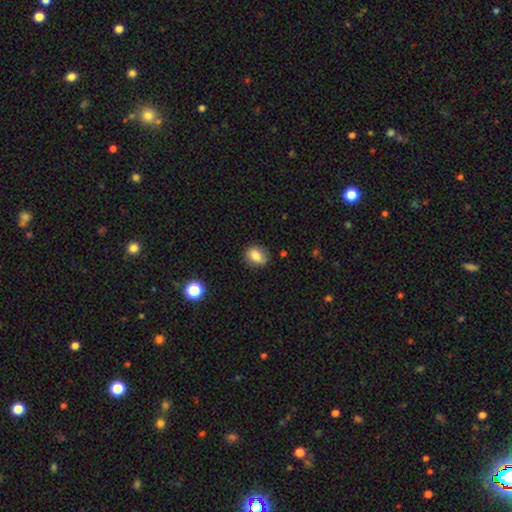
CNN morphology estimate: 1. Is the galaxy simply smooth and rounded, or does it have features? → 81% smooth, 10% star or artifact, 9% featured or disk.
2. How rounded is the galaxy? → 54% in between, 45% round, 1% cigar-shaped.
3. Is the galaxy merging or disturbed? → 80% none, 15% minor disturbance, 3% major disturbance, 2% merger.